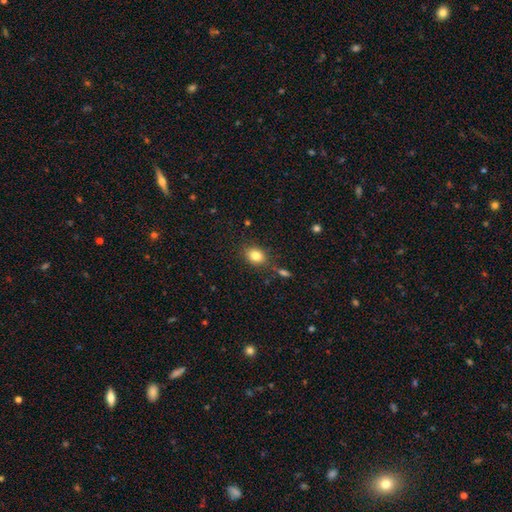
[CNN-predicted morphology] smooth_or_featured: smooth (p=0.83) [alt: star or artifact p=0.10]
how_rounded: in between (p=0.63) [alt: round p=0.35]
merging: none (p=0.81) [alt: minor disturbance p=0.12]